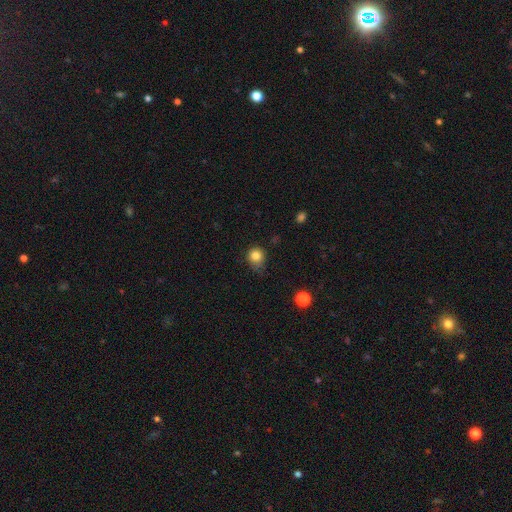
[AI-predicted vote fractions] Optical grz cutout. It shows a smooth galaxy with no disk features (82%) that is round (83%). Merging: none (61%).